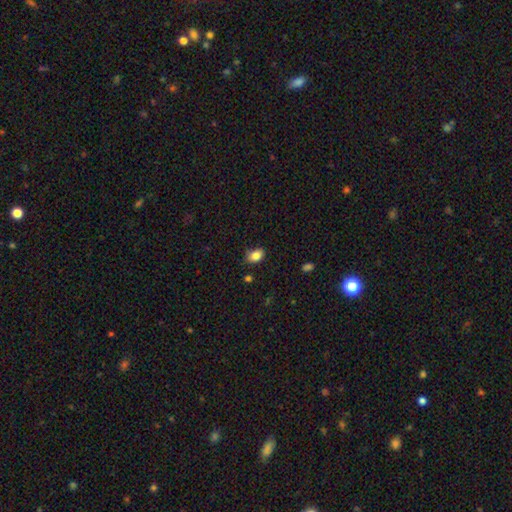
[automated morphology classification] type=smooth (85%); roundness=in between (84%); merging=none (78%).